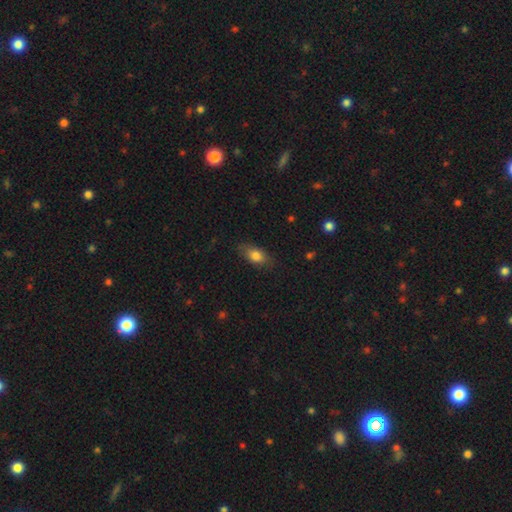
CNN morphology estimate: A smooth galaxy with no disk features (80%) that is in between round and cigar-shaped (85%).

Vote fractions:
- Smooth or featured? smooth: 80% / featured or disk: 12% / star or artifact: 8%
- How rounded? in between: 85% / round: 8% / cigar-shaped: 7%
- Merging? none: 77% / minor disturbance: 17% / major disturbance: 4% / merger: 1%